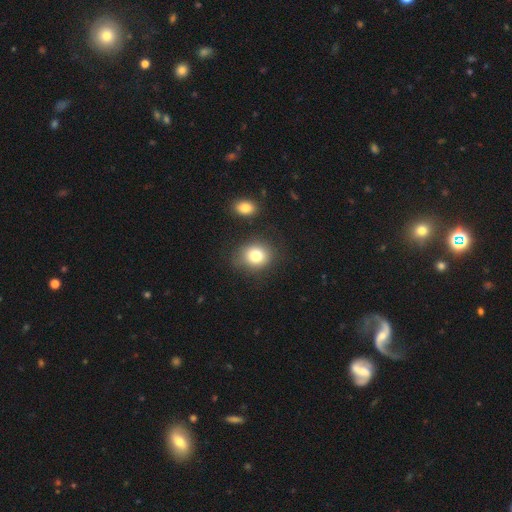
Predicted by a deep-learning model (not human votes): A smooth galaxy with no disk features (77%) that is round (67%).

Vote fractions:
- Smooth or featured? smooth: 77% / star or artifact: 12% / featured or disk: 11%
- How rounded? round: 67% / in between: 32% / cigar-shaped: 1%
- Merging? none: 79% / minor disturbance: 12% / merger: 5% / major disturbance: 4%